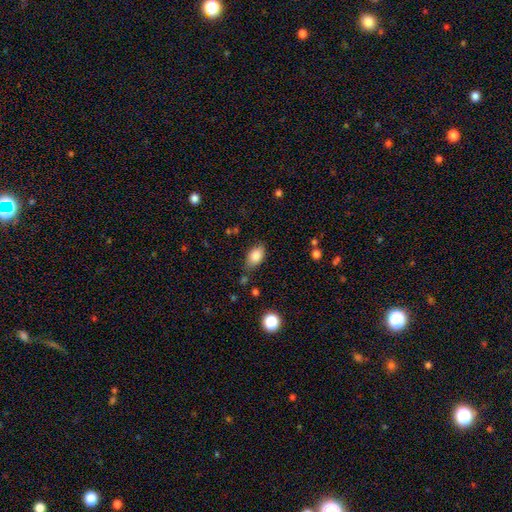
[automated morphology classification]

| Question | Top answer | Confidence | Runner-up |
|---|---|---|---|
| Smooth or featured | smooth | 85% | star or artifact (8%) |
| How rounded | in between | 89% | round (8%) |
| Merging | none | 72% | minor disturbance (20%) |